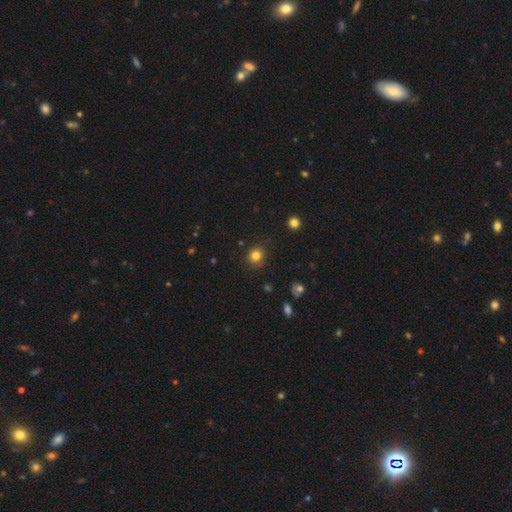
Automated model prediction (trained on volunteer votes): Overall: smooth (82%). How rounded: round (85%). Merging: none (87%).